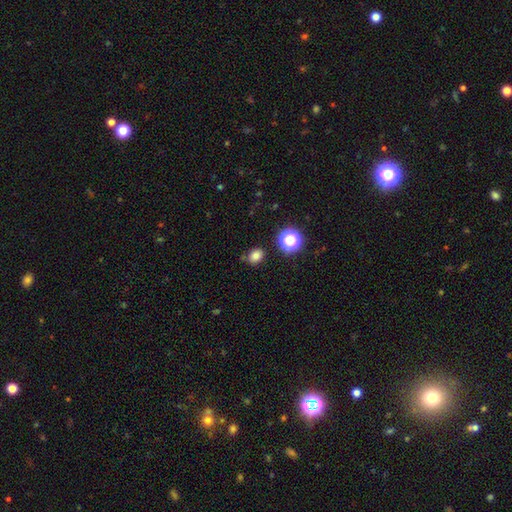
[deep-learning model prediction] Morphology: type=smooth (79%); roundness=round (53%); merging=none (79%).